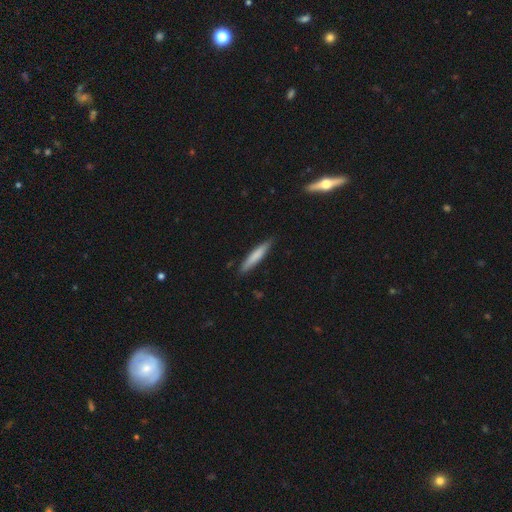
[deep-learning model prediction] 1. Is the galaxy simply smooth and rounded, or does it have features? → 75% smooth, 20% featured or disk, 5% star or artifact.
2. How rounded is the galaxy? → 91% cigar-shaped, 7% in between, 1% round.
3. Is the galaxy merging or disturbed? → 86% none, 11% minor disturbance, 2% major disturbance, 1% merger.